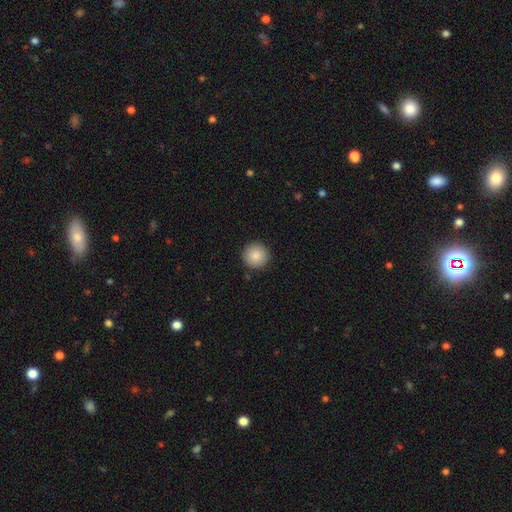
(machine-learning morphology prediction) smooth-or-featured: smooth: 87% | star or artifact: 8% | featured or disk: 5%
  how-rounded: round: 96% | in between: 3% | cigar-shaped: 1%
  merging: none: 92% | minor disturbance: 6% | major disturbance: 2% | merger: 1%